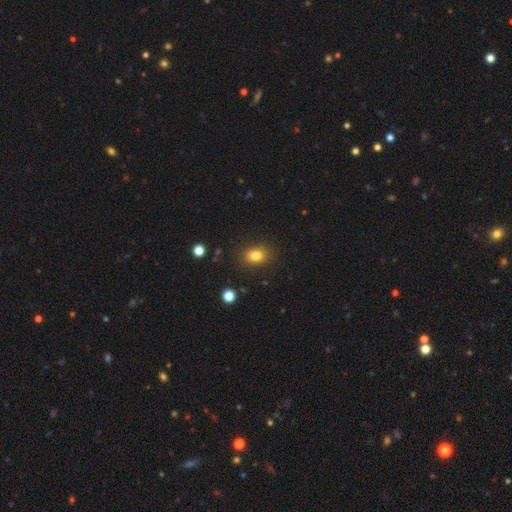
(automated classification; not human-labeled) smooth-or-featured: smooth: 81% | star or artifact: 12% | featured or disk: 7%
  how-rounded: in between: 59% | round: 40% | cigar-shaped: 1%
  merging: none: 85% | minor disturbance: 10% | major disturbance: 3% | merger: 2%